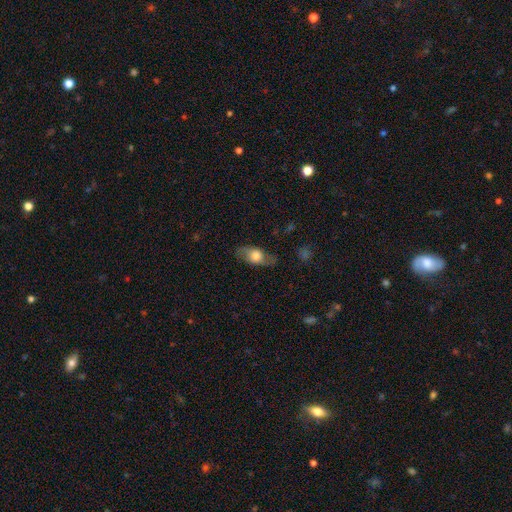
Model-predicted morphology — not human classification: The model was most divided on "smooth or featured": smooth: 61%, featured or disk: 32%, star or artifact: 7%. More confident: how rounded — in between (79%); merging — none (75%).